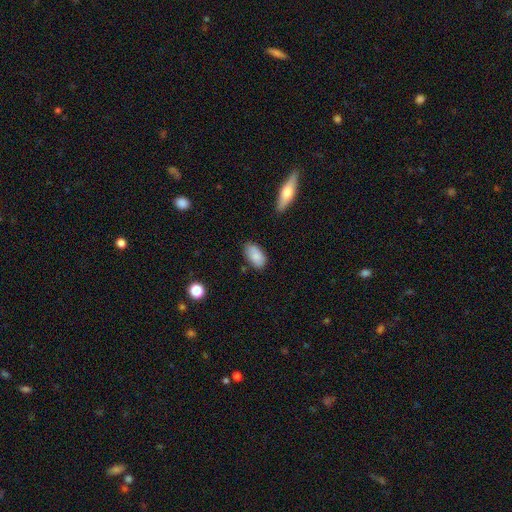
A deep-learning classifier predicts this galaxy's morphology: type=smooth (85%); roundness=in between (94%); merging=none (75%).